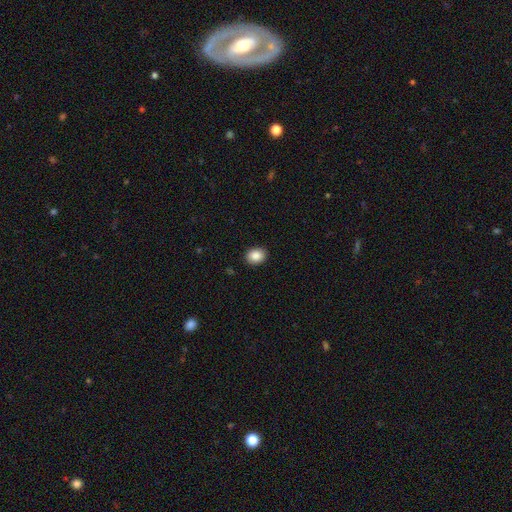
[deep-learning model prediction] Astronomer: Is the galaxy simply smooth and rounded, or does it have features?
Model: smooth — 88%.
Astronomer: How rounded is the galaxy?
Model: in between — 55% (runner-up: round, 44%).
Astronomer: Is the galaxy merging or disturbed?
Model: none — 90%.